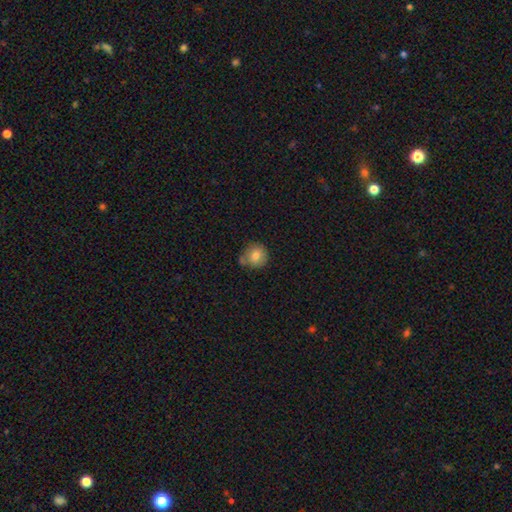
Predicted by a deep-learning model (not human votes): Smooth or featured: smooth — 79% (featured or disk — 12%)
How rounded: round — 89% (in between — 10%)
Merging: none — 63% (minor disturbance — 19%)